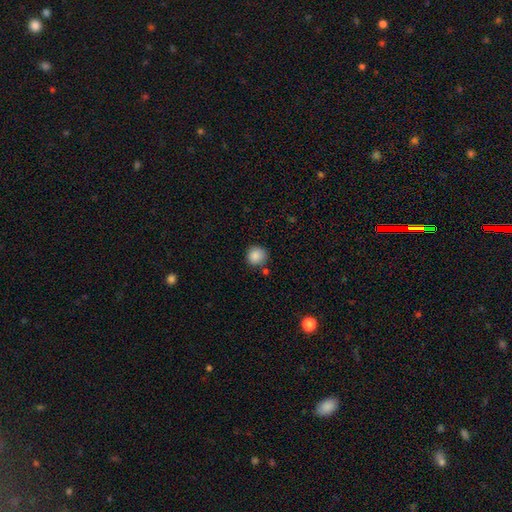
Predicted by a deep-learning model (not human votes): Smooth or featured: smooth — 88% (star or artifact — 9%)
How rounded: round — 92% (in between — 7%)
Merging: none — 80% (minor disturbance — 11%)